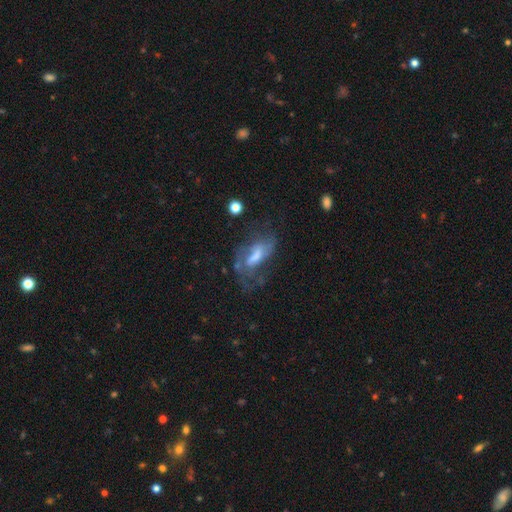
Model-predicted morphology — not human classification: This is likely a featured or disk galaxy (62%). It is clearly not viewed edge-on (89%). Bar: marginally weak (42%). Spiral arm pattern: likely yes (67%). Central bulge: marginally moderate (39%). Merging: marginally none (44%).